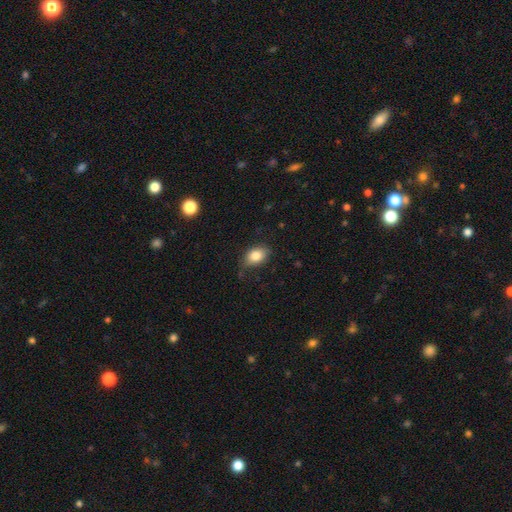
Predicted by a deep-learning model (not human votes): smooth 83%, featured or disk 9%, star or artifact 8%. Down the decision tree: how rounded — in between (83%); merging — none (75%).